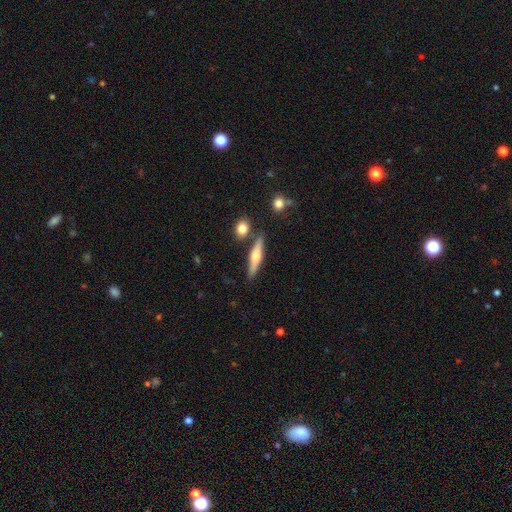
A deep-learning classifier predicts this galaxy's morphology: featured or disk 56%, smooth 38%, star or artifact 7%. Down the decision tree: edge-on disk — yes (95%); edge-on bulge — rounded (85%); merging — none (79%).